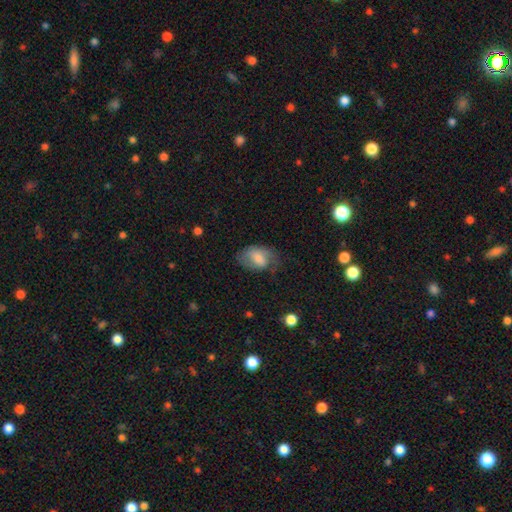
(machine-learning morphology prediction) Q: Smooth or featured?
A: smooth (51%); runner-up: featured or disk (40%)
Q: How rounded?
A: in between (83%); runner-up: round (15%)
Q: Merging?
A: none (58%); runner-up: minor disturbance (25%)